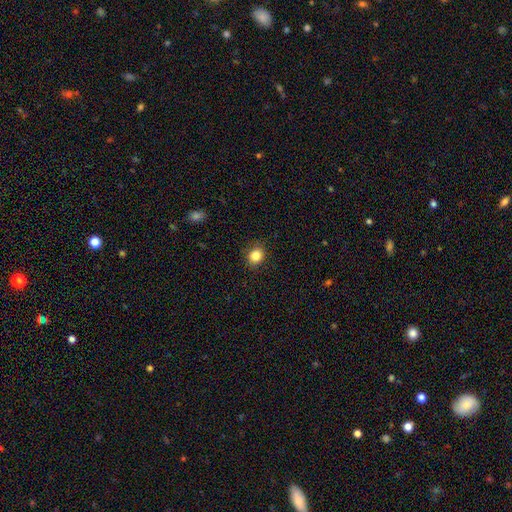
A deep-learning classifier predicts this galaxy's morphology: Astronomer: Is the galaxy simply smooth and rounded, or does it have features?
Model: smooth — 85%.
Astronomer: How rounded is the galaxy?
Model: round — 75%.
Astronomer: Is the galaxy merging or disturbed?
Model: none — 89%.